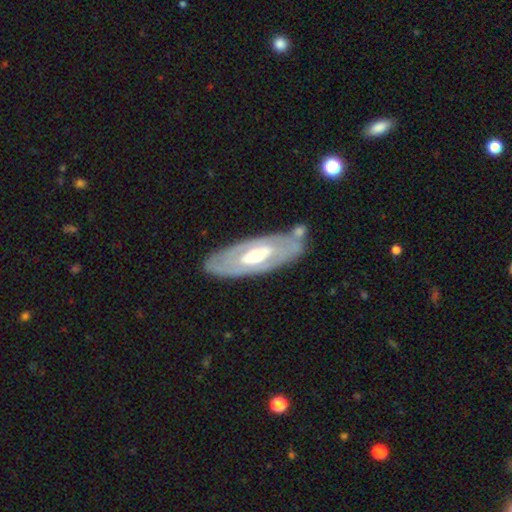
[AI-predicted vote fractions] Q: Smooth or featured?
A: featured or disk (73%); runner-up: smooth (23%)
Q: Edge-on disk?
A: no (83%); runner-up: yes (17%)
Q: Bar?
A: no (62%); runner-up: weak (24%)
Q: Spiral arms?
A: no (65%); runner-up: yes (35%)
Q: Bulge size?
A: moderate (72%); runner-up: small (13%)
Q: Merging?
A: none (73%); runner-up: minor disturbance (16%)